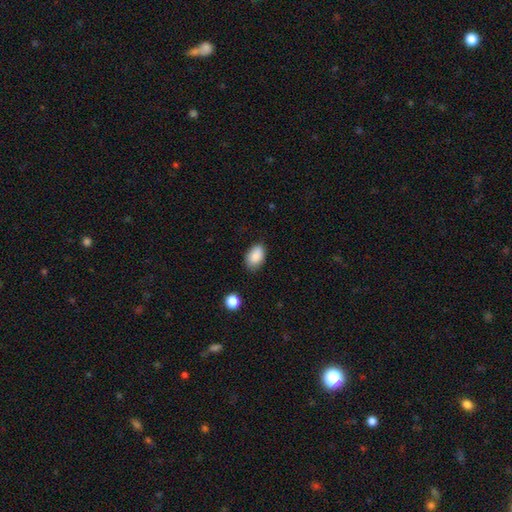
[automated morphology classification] This appears to be a smooth galaxy with no disk features (88%) that is in between round and cigar-shaped (89%). Merging: none (79%).